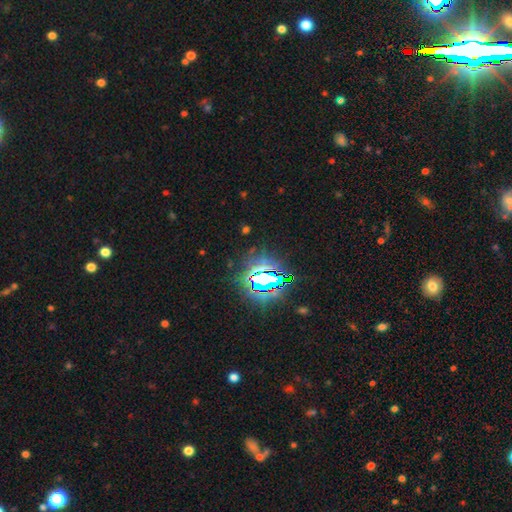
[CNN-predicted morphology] star or artifact 84%, smooth 9%, featured or disk 7%.